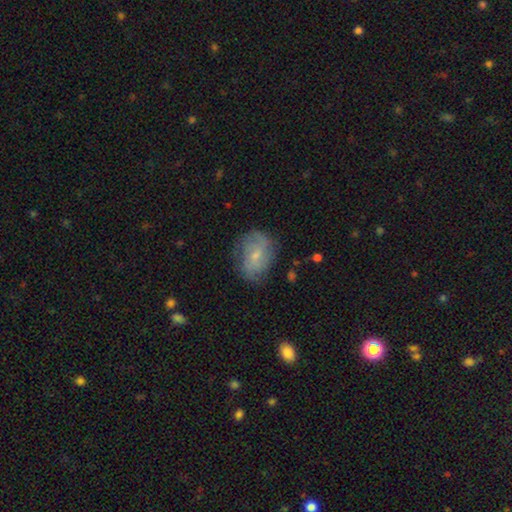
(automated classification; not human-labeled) Smooth or featured? featured or disk (50%)
Edge-on disk? no (96%)
Merging? none (66%)